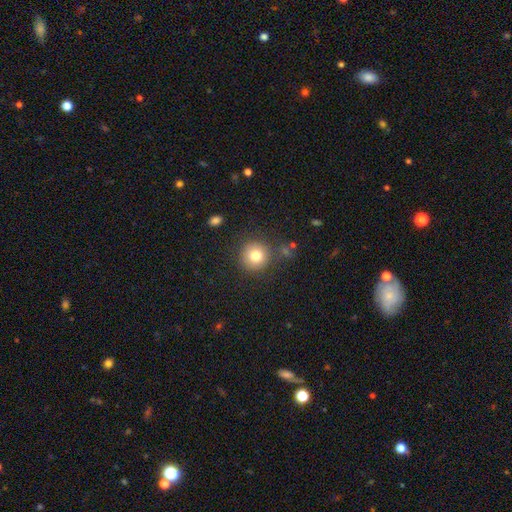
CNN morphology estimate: Smooth or featured? smooth (78%)
How rounded? round (94%)
Merging? none (85%)